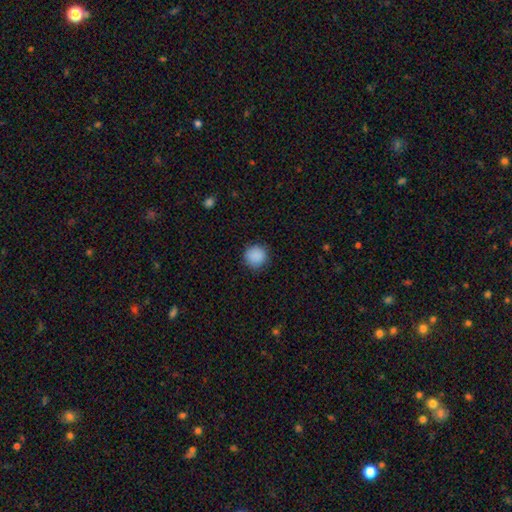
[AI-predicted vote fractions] smooth 89%, star or artifact 8%, featured or disk 3%. Down the decision tree: how rounded — round (94%); merging — none (89%).